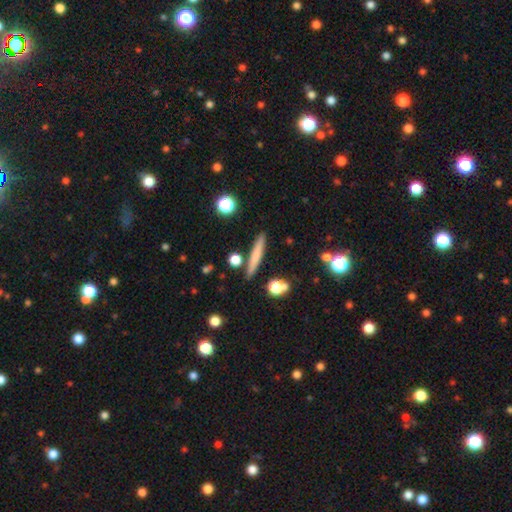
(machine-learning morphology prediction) Smooth or featured: smooth — 67% (featured or disk — 26%)
How rounded: cigar-shaped — 92% (in between — 5%)
Merging: none — 85% (minor disturbance — 8%)